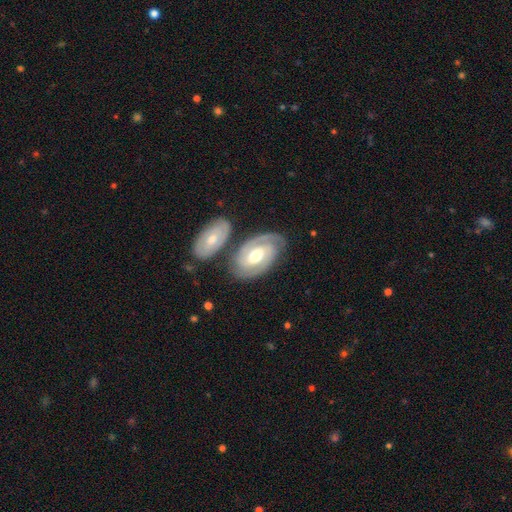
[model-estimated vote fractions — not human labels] The model was most divided on "bar": weak: 44%, no: 33%, strong: 22%. More confident: spiral arms — yes (96%); edge-on disk — no (95%); spiral arm count — 2 (84%); smooth or featured — featured or disk (84%); bulge size — moderate (74%); merging — none (71%); spiral winding — tight (66%).